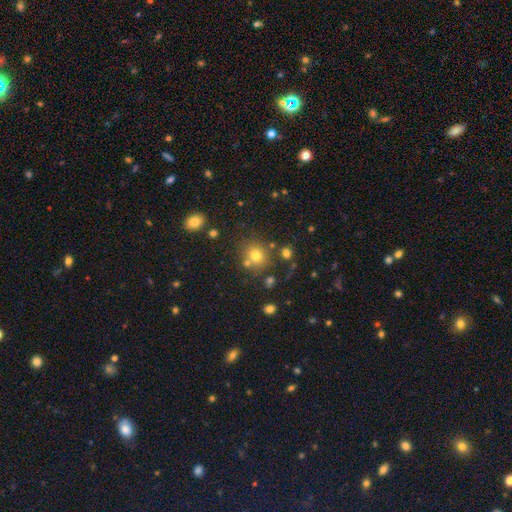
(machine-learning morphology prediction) This is likely a smooth galaxy (73%). How rounded: clearly round (84%). Merging: likely none (69%).